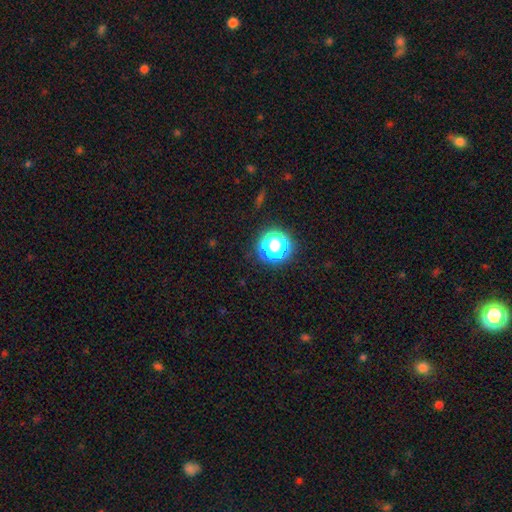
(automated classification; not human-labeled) Overall: star or artifact (75%).